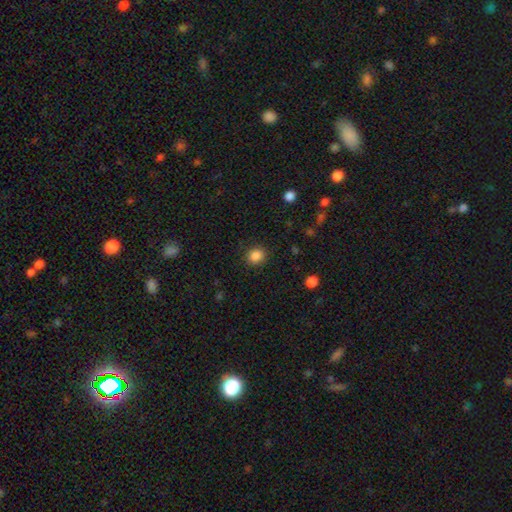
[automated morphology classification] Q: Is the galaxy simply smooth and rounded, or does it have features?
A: smooth — 86%.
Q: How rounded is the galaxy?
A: round — 78%.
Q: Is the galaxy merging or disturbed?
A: none — 88%.